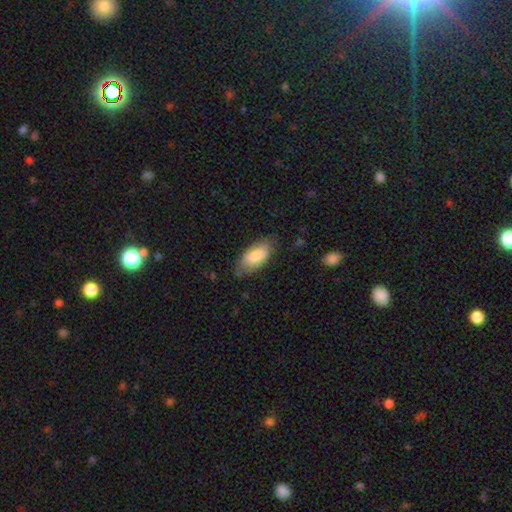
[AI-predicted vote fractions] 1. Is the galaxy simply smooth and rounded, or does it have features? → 81% smooth, 13% featured or disk, 6% star or artifact.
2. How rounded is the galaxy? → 90% in between, 8% cigar-shaped, 2% round.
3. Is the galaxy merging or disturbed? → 70% none, 23% minor disturbance, 5% major disturbance, 1% merger.